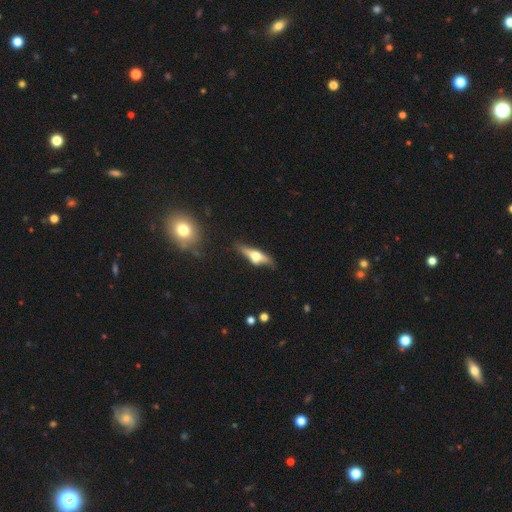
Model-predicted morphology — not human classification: smooth-or-featured: featured or disk: 66% | smooth: 27% | star or artifact: 7%
  disk-edge-on: yes: 90% | no: 10%
    edge-on-bulge: rounded: 92% | boxy: 6% | none: 2%
  merging: none: 65% | minor disturbance: 22% | major disturbance: 9% | merger: 4%